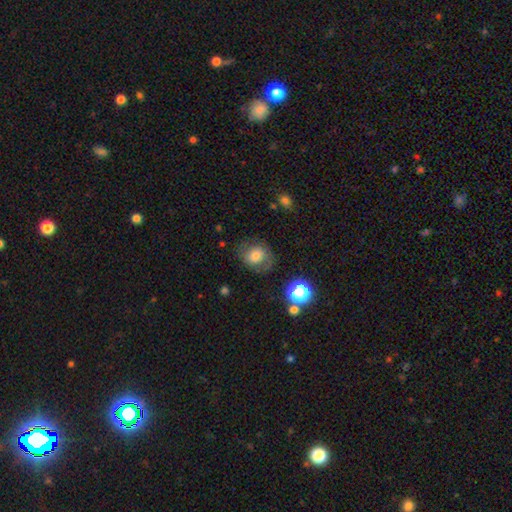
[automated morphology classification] type=smooth (61%); roundness=round (70%); merging=none (67%).